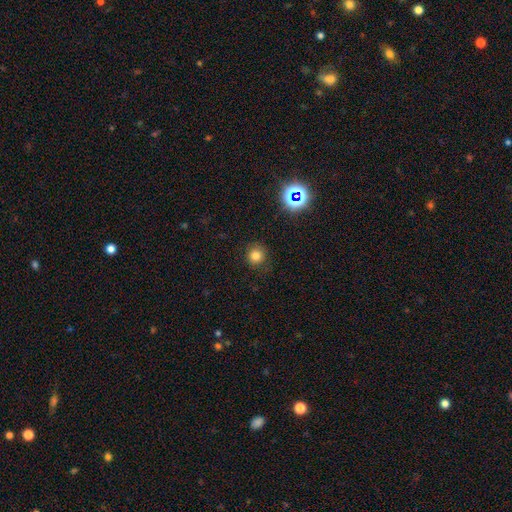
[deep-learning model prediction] Morphology: type=smooth (77%); roundness=round (93%); merging=none (88%).